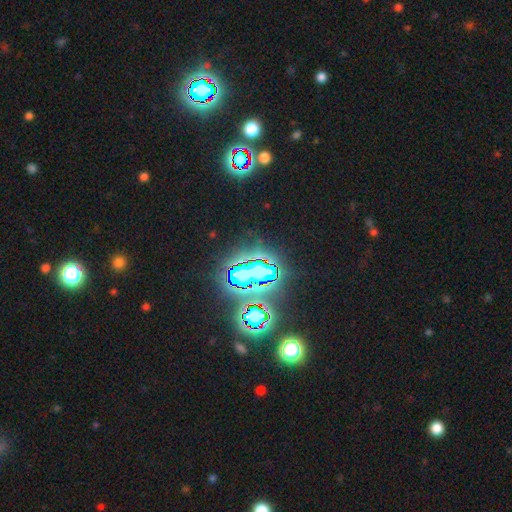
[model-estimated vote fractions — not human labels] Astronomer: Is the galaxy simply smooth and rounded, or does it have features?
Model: star or artifact — 81%.